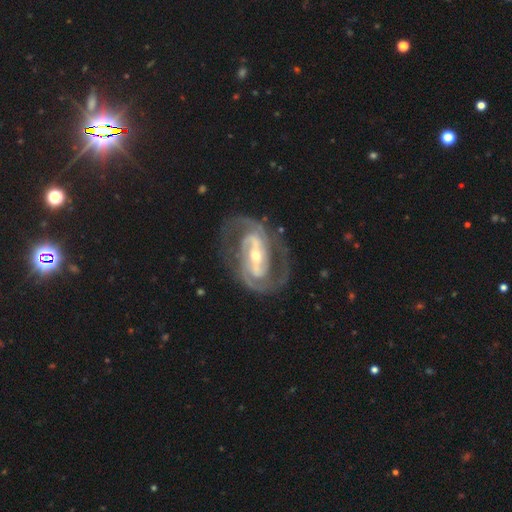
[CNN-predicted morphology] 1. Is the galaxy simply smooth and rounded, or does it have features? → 91% featured or disk, 4% smooth, 4% star or artifact.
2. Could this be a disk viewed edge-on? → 96% no, 4% yes.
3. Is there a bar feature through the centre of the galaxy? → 59% strong, 27% weak, 13% no.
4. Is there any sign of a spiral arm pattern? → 96% yes, 4% no.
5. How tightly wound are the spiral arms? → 48% medium, 41% tight, 11% loose.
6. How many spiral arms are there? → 83% 2, 6% 3, 5% can't tell, 2% 1, 2% 4, 2% more than 4.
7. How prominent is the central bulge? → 48% small, 47% moderate, 3% large, 1% none, 1% dominant.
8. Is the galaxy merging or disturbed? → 74% none, 14% minor disturbance, 10% major disturbance, 2% merger.